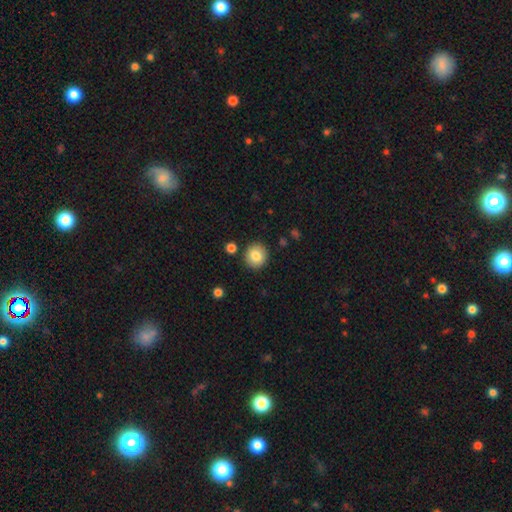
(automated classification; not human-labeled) This appears to be a smooth galaxy with no disk features (84%) that is round (89%). Merging: none (88%).